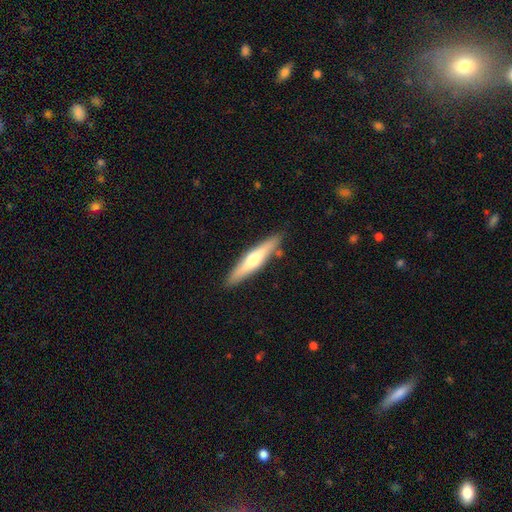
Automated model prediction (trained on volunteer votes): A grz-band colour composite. It shows a smooth galaxy with no disk features (48%). Merging: none (86%).